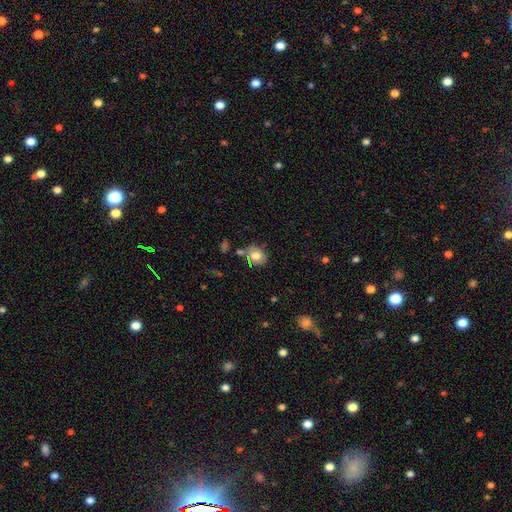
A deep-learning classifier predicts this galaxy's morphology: Overall: smooth (71%). How rounded: round (64%; in between 35%). Merging: none (65%).